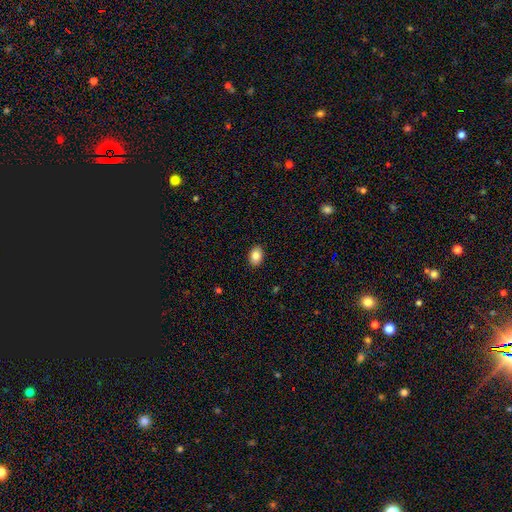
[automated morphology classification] Overall: smooth (85%). How rounded: in between (81%). Merging: none (90%).